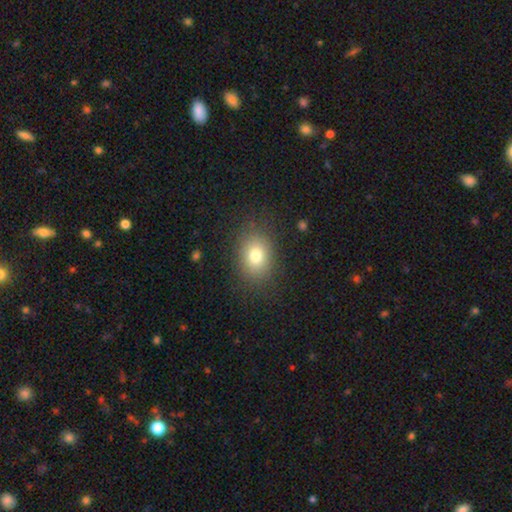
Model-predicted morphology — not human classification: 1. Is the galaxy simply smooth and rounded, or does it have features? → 77% smooth, 12% star or artifact, 11% featured or disk.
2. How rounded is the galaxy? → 62% in between, 37% round, 1% cigar-shaped.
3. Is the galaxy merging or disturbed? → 83% none, 11% minor disturbance, 5% major disturbance, 1% merger.